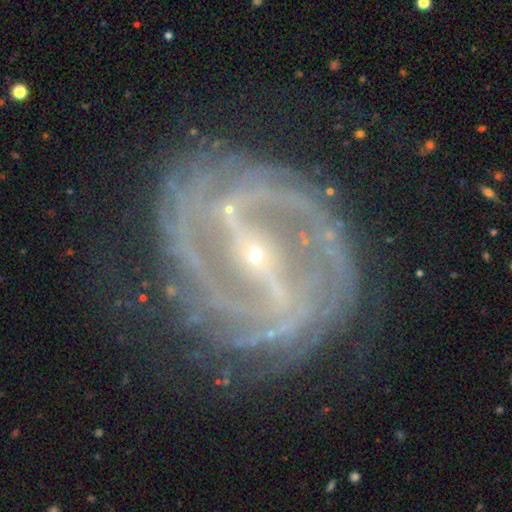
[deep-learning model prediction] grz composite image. It shows a featured or disk galaxy (90%) with a strong bar (64%), 2 (45%) tight (48%) spiral arms (97%) and a small central bulge (87%). Merging: none (72%).